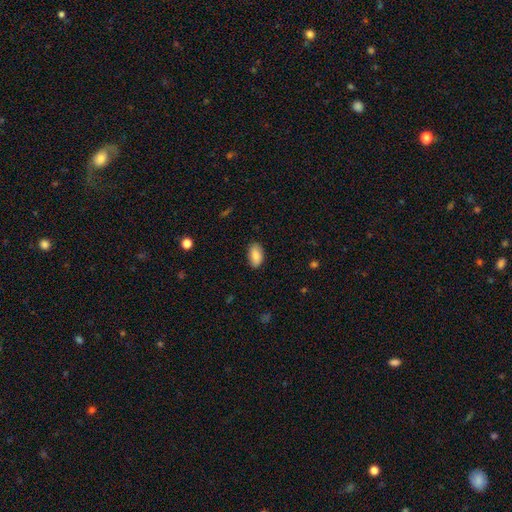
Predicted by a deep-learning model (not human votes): A smooth galaxy with no disk features (86%) that is in between round and cigar-shaped (94%).

Vote fractions:
- Smooth or featured? smooth: 86% / featured or disk: 8% / star or artifact: 7%
- How rounded? in between: 94% / round: 4% / cigar-shaped: 2%
- Merging? none: 85% / minor disturbance: 12% / major disturbance: 2% / merger: 1%